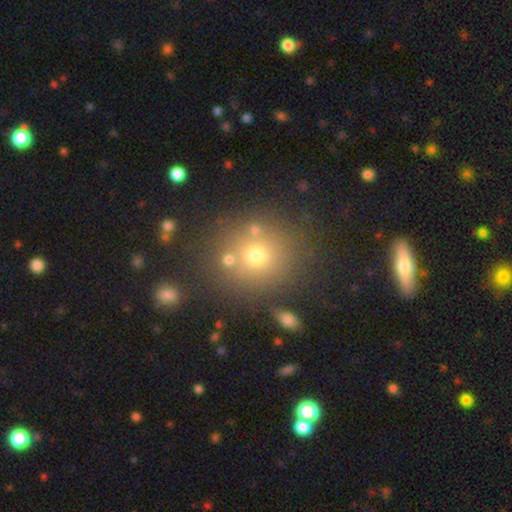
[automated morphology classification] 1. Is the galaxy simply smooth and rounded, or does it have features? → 68% smooth, 19% star or artifact, 13% featured or disk.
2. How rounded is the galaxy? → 83% round, 16% in between, 1% cigar-shaped.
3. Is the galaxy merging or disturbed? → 74% none, 11% minor disturbance, 11% merger, 5% major disturbance.